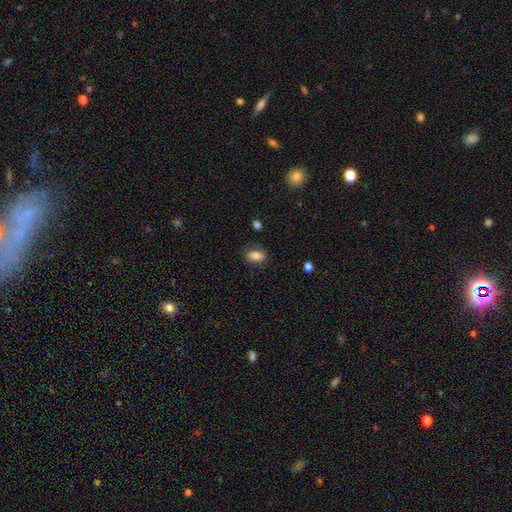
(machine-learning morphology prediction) smooth_or_featured: smooth (p=0.79) [alt: featured or disk p=0.12]
how_rounded: in between (p=0.84) [alt: round p=0.14]
merging: none (p=0.73) [alt: minor disturbance p=0.19]